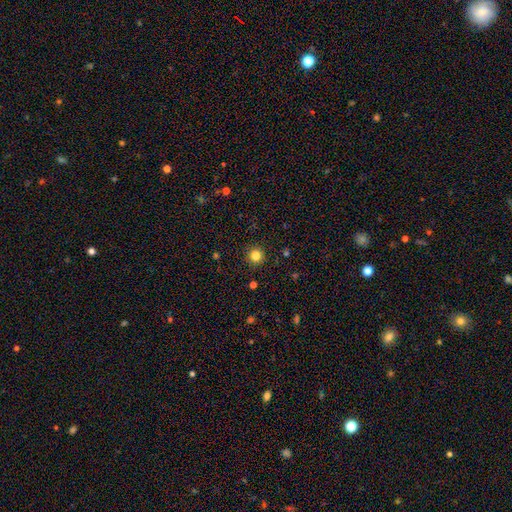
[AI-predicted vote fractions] Smooth or featured? smooth (83%)
How rounded? round (95%)
Merging? none (92%)